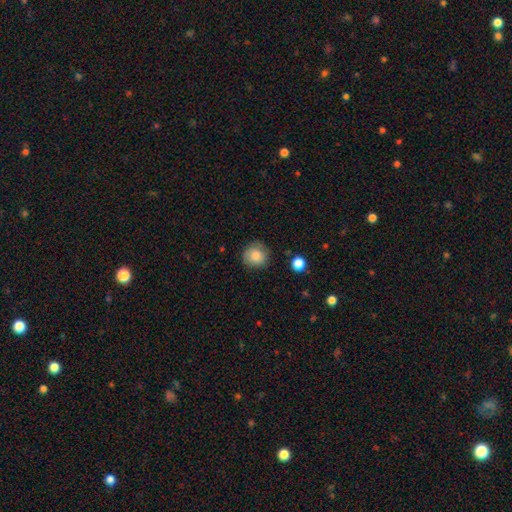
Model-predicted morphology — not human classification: Smooth or featured?
  - smooth: 84% *
  - star or artifact: 9%
  - featured or disk: 7%
How rounded?
  - round: 91% *
  - in between: 8%
  - cigar-shaped: 1%
Merging?
  - none: 82% *
  - minor disturbance: 13%
  - major disturbance: 3%
  - merger: 2%